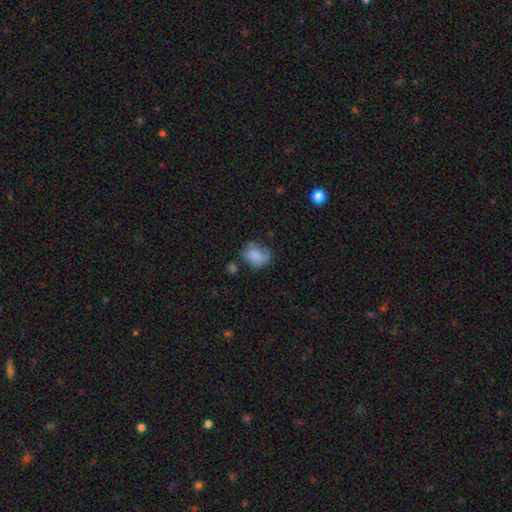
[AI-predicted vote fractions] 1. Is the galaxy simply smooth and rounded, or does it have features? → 78% smooth, 12% featured or disk, 10% star or artifact.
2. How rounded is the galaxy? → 64% in between, 35% round, 1% cigar-shaped.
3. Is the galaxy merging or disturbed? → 49% none, 30% minor disturbance, 13% major disturbance, 8% merger.